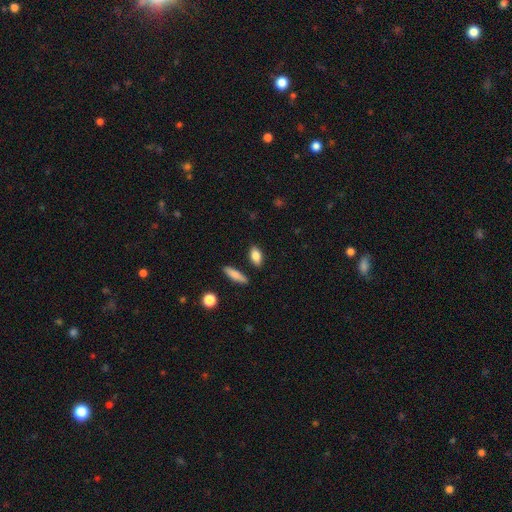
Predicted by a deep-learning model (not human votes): This is clearly a smooth galaxy (84%). How rounded: clearly in between (84%). Merging: clearly none (83%).